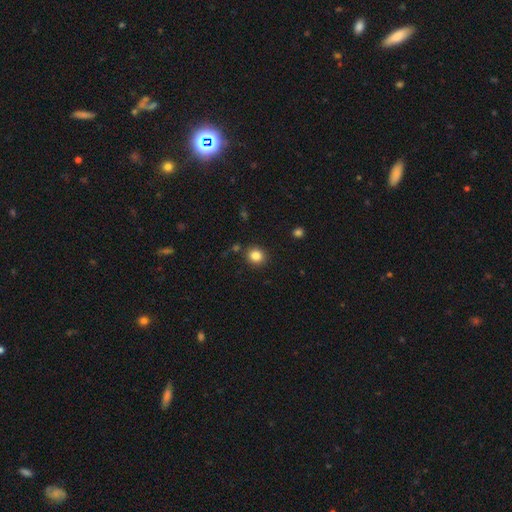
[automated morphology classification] Overall: smooth (83%). How rounded: round (84%). Merging: none (87%).